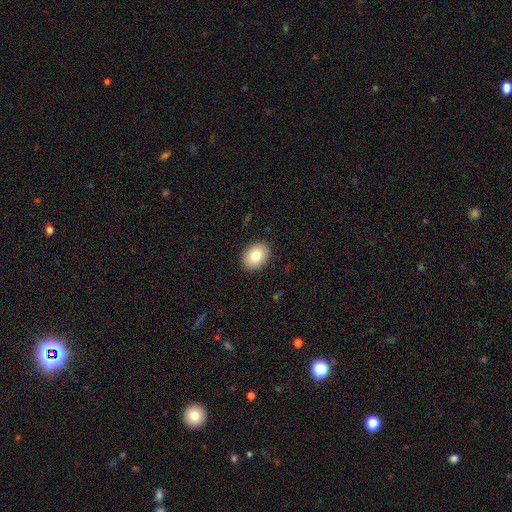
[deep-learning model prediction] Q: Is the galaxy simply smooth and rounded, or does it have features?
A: smooth — 82%.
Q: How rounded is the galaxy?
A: in between — 71%.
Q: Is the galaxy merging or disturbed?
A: none — 90%.